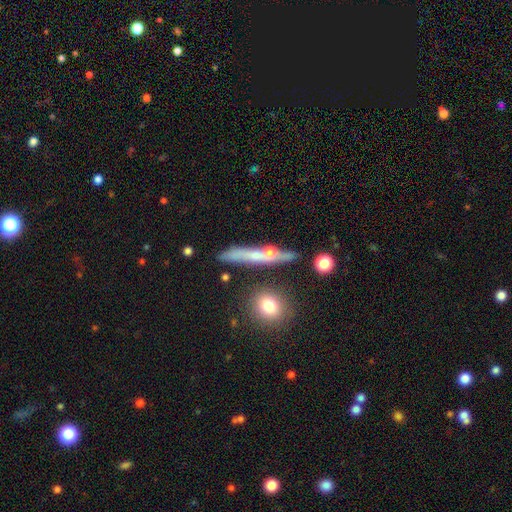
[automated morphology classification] Smooth or featured?
  - featured or disk: 51% *
  - smooth: 39%
  - star or artifact: 9%
Edge-on disk?
  - yes: 80% *
  - no: 20%
Merging?
  - none: 69% *
  - minor disturbance: 15%
  - merger: 12%
  - major disturbance: 5%